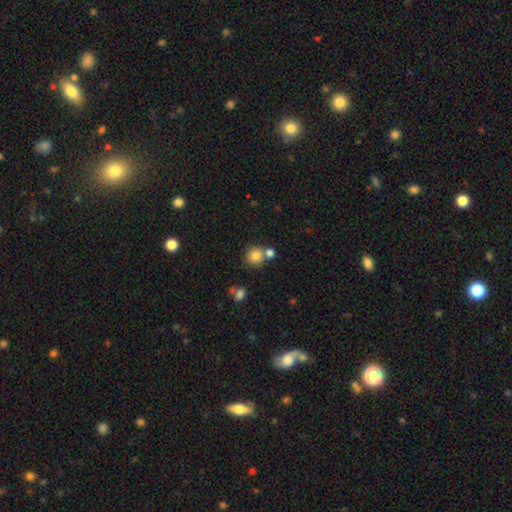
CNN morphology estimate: A smooth galaxy with no disk features (82%) that is round (88%). Merging: none (58%).